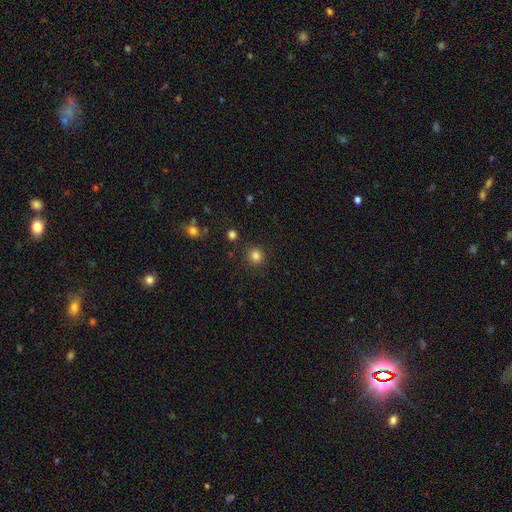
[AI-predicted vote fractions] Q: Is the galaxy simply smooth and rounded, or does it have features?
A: smooth — 83%.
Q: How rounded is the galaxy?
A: round — 91%.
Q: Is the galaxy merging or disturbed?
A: none — 89%.